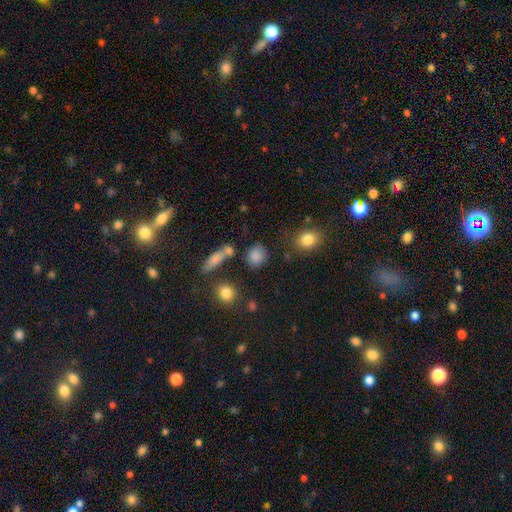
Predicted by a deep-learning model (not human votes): The model was most divided on "how rounded": round: 74%, in between: 23%, cigar-shaped: 3%. More confident: smooth or featured — smooth (82%); merging — none (74%).